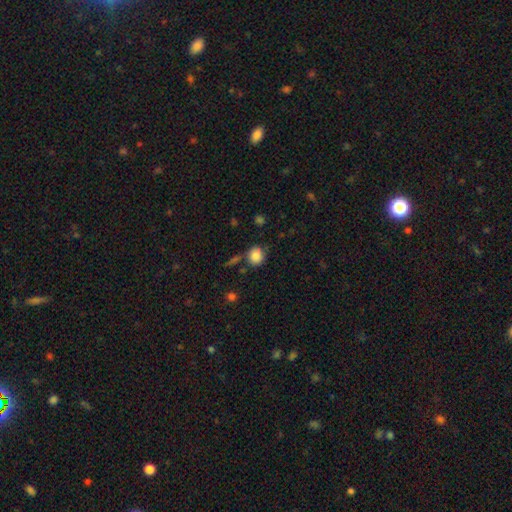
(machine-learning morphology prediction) type=smooth (85%); roundness=round (81%); merging=none (69%).